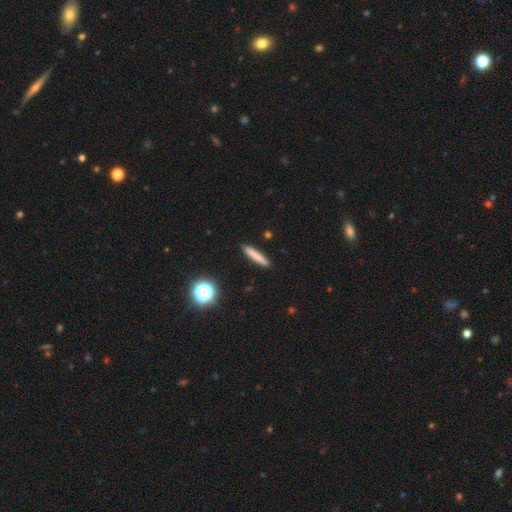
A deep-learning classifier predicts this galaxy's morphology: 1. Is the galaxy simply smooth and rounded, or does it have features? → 76% smooth, 14% featured or disk, 9% star or artifact.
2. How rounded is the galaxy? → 92% cigar-shaped, 6% in between, 2% round.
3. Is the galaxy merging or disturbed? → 91% none, 6% minor disturbance, 2% major disturbance, 1% merger.